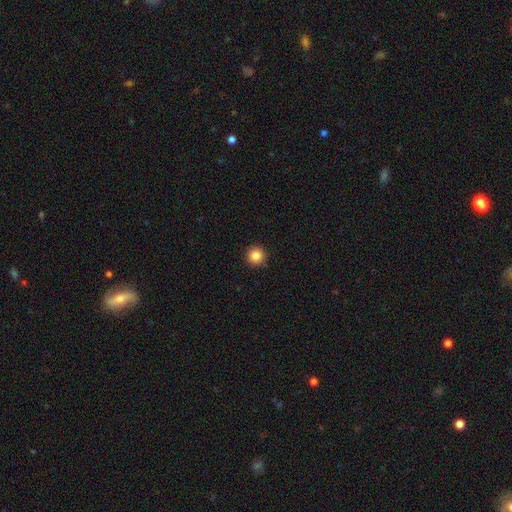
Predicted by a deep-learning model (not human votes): Q: Smooth or featured?
A: smooth (86%); runner-up: star or artifact (11%)
Q: How rounded?
A: round (96%); runner-up: in between (3%)
Q: Merging?
A: none (92%); runner-up: minor disturbance (5%)